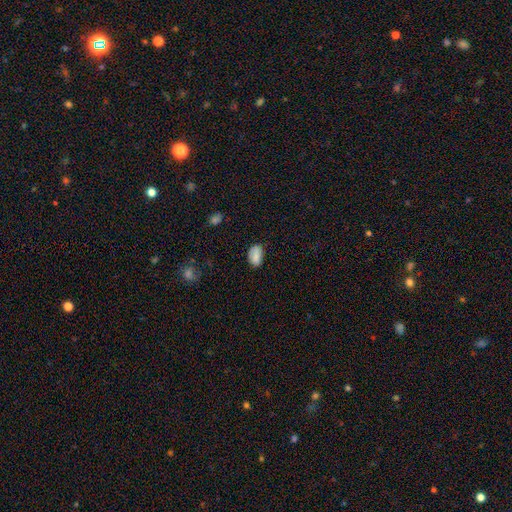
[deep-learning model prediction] smooth 83%, featured or disk 9%, star or artifact 8%. Down the decision tree: how rounded — in between (90%); merging — none (68%).